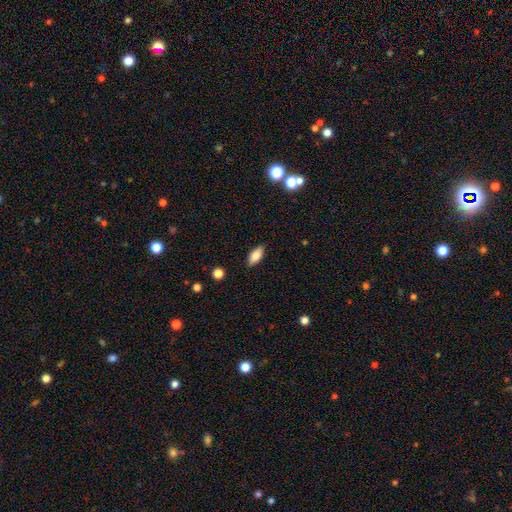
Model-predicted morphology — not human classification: The model was most divided on "smooth or featured": smooth: 81%, featured or disk: 12%, star or artifact: 8%. More confident: merging — none (88%); how rounded — in between (86%).